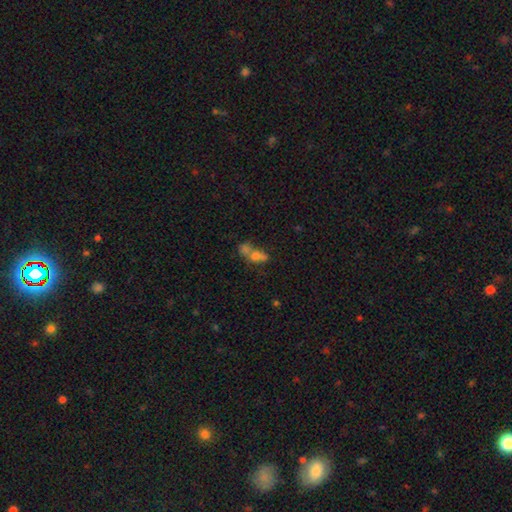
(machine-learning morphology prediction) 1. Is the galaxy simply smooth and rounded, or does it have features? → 59% smooth, 26% featured or disk, 15% star or artifact.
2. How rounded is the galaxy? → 58% in between, 34% round, 8% cigar-shaped.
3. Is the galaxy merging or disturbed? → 61% merger, 23% none, 9% minor disturbance, 8% major disturbance.